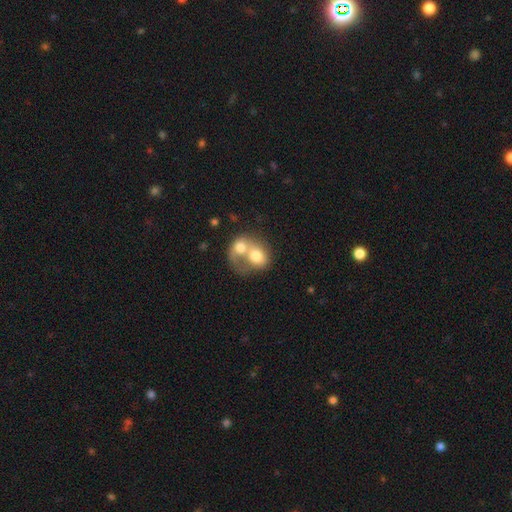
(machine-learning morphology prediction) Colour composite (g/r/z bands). It shows a smooth galaxy with no disk features (65%) that is round (51%). Merging: merger (81%).